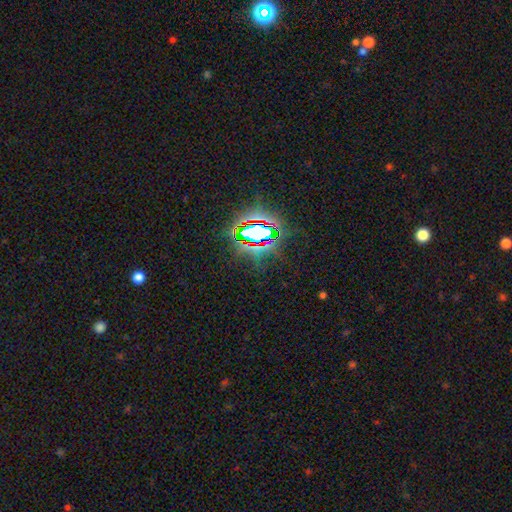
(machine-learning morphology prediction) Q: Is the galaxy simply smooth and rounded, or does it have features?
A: star or artifact — 82%.